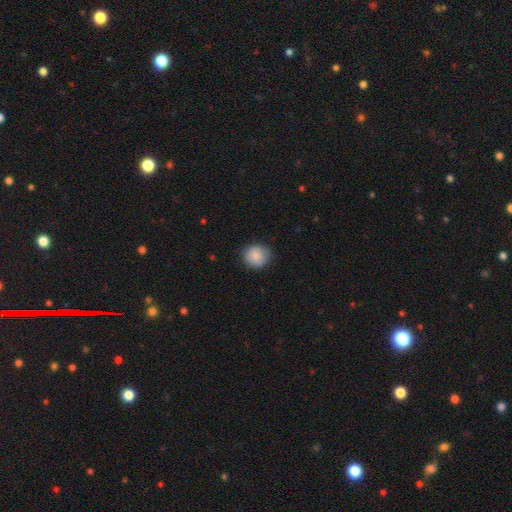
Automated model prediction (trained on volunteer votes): Q: Smooth or featured?
A: smooth (85%); runner-up: featured or disk (8%)
Q: How rounded?
A: round (86%); runner-up: in between (13%)
Q: Merging?
A: none (81%); runner-up: minor disturbance (15%)